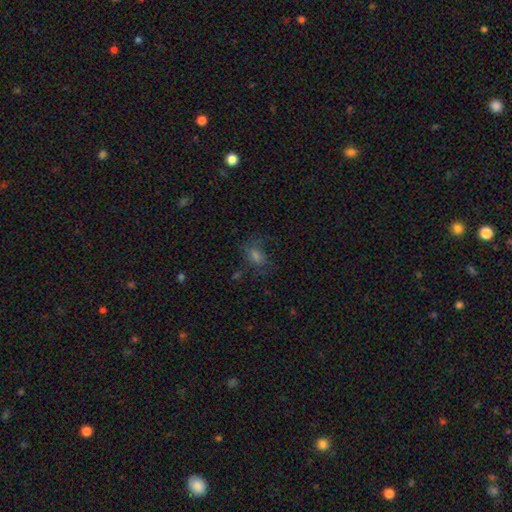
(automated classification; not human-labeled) A smooth galaxy with no disk features (47%).

Vote fractions:
- Smooth or featured? smooth: 47% / star or artifact: 28% / featured or disk: 25%
- Merging? none: 59% / minor disturbance: 20% / major disturbance: 18% / merger: 2%